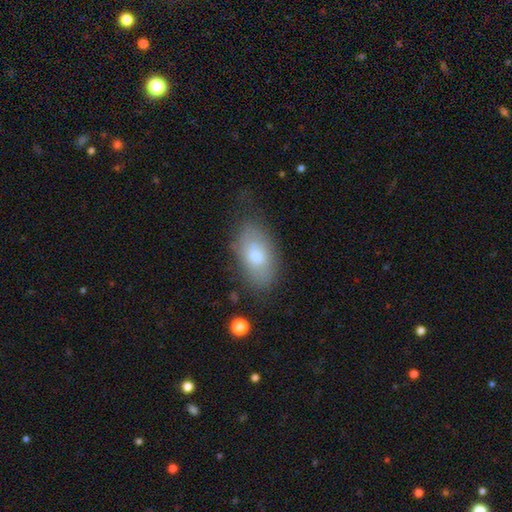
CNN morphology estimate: Smooth or featured: smooth — 66% (featured or disk — 27%)
How rounded: in between — 92% (round — 5%)
Merging: none — 64% (minor disturbance — 24%)